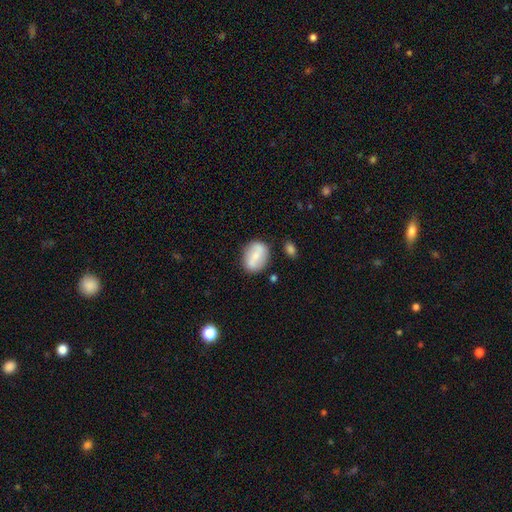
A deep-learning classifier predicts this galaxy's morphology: smooth 57%, featured or disk 36%, star or artifact 7%. Down the decision tree: how rounded — in between (63%); merging — none (77%).